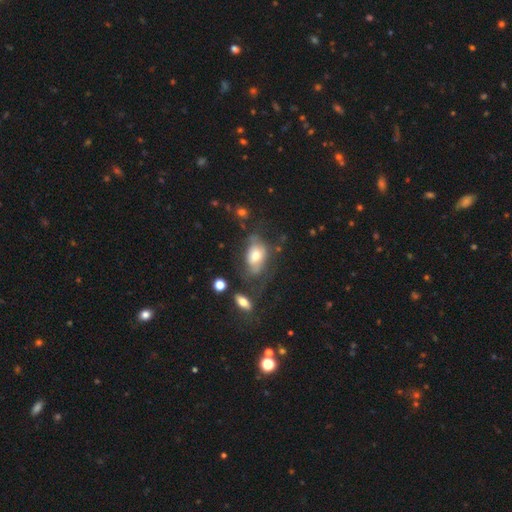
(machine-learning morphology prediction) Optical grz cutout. It shows a smooth galaxy with no disk features (55%) that is in between round and cigar-shaped (87%). Merging: none (35%).